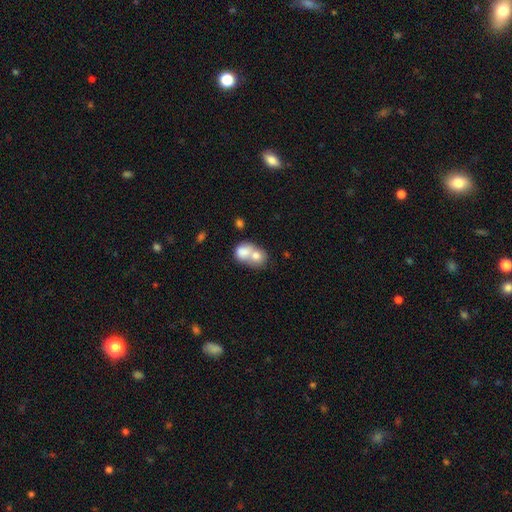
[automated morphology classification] type=smooth (73%); roundness=round (55%); merging=merger (72%).